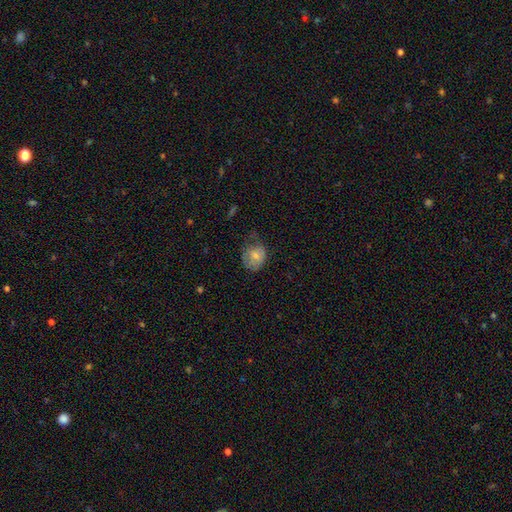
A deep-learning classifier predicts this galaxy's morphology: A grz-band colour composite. It shows a smooth galaxy with no disk features (71%) that is round (54%). Merging: none (41%).